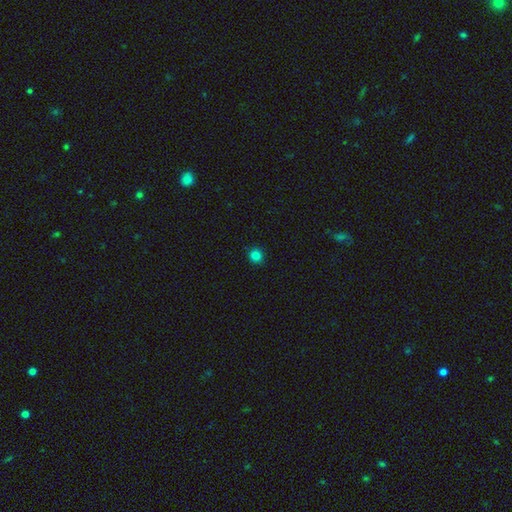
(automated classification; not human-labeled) A smooth galaxy with no disk features (82%) that is round (92%). Merging: none (92%).